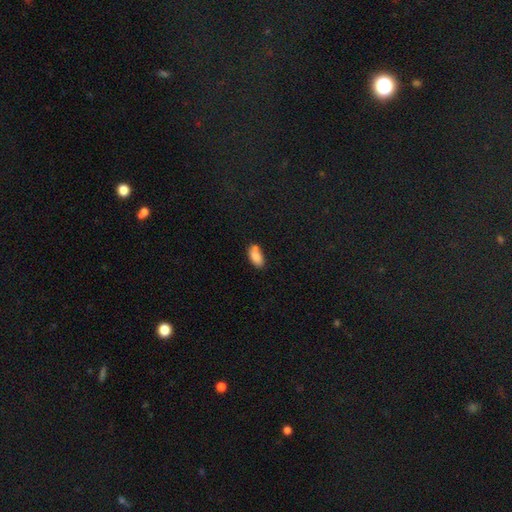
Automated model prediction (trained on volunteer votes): A smooth galaxy with no disk features (84%) that is in between round and cigar-shaped (90%).

Vote fractions:
- Smooth or featured? smooth: 84% / featured or disk: 9% / star or artifact: 8%
- How rounded? in between: 90% / cigar-shaped: 7% / round: 3%
- Merging? none: 56% / minor disturbance: 21% / merger: 19% / major disturbance: 5%